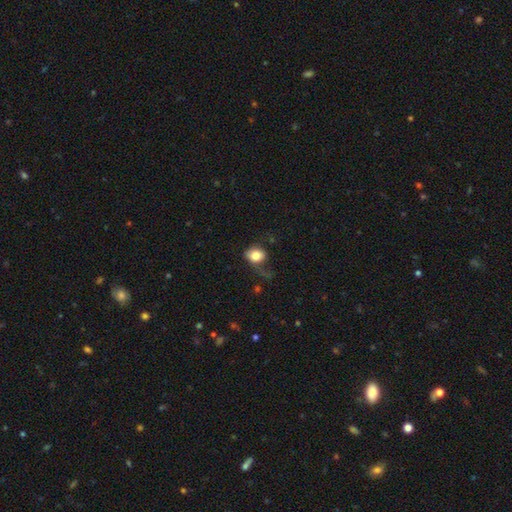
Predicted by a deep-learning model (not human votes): Smooth or featured? smooth (79%)
How rounded? round (50%)
Merging? none (46%)